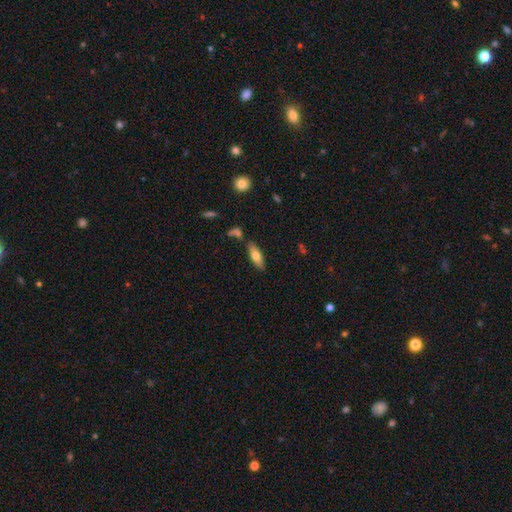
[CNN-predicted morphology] A smooth galaxy with no disk features (65%) that is in between round and cigar-shaped (54%).

Vote fractions:
- Smooth or featured? smooth: 65% / featured or disk: 28% / star or artifact: 7%
- How rounded? in between: 54% / cigar-shaped: 44% / round: 2%
- Merging? none: 76% / minor disturbance: 13% / merger: 8% / major disturbance: 3%